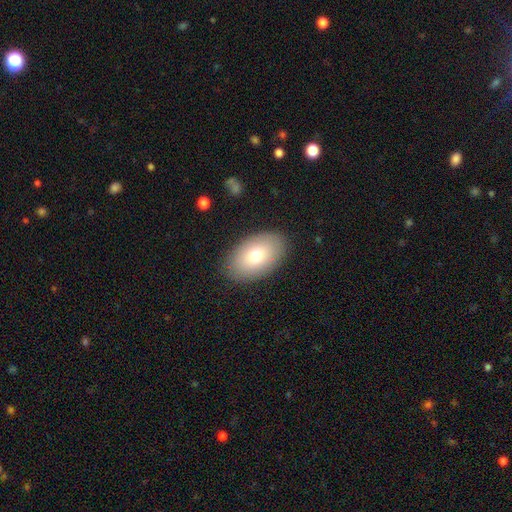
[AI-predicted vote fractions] Smooth or featured?
  - smooth: 75% *
  - featured or disk: 17%
  - star or artifact: 8%
How rounded?
  - in between: 92% *
  - round: 7%
  - cigar-shaped: 1%
Merging?
  - none: 88% *
  - minor disturbance: 9%
  - major disturbance: 3%
  - merger: 1%